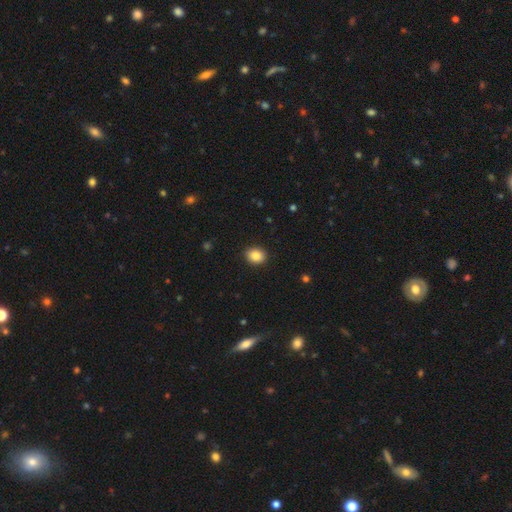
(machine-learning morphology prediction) smooth-or-featured: smooth: 86% | star or artifact: 9% | featured or disk: 5%
  how-rounded: round: 60% | in between: 40% | cigar-shaped: 1%
  merging: none: 90% | minor disturbance: 7% | major disturbance: 2% | merger: 1%